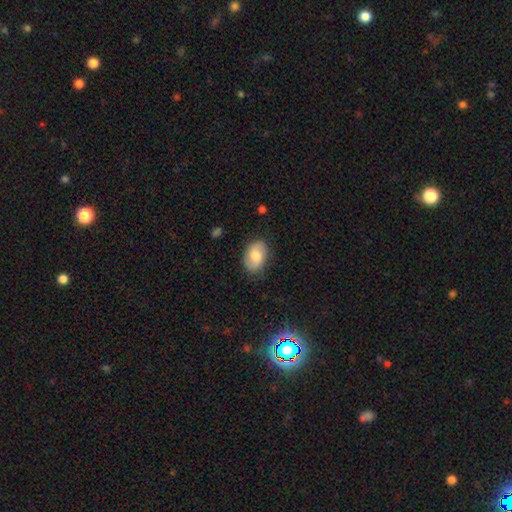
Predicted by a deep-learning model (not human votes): Smooth or featured? smooth (62%)
How rounded? in between (86%)
Merging? none (79%)